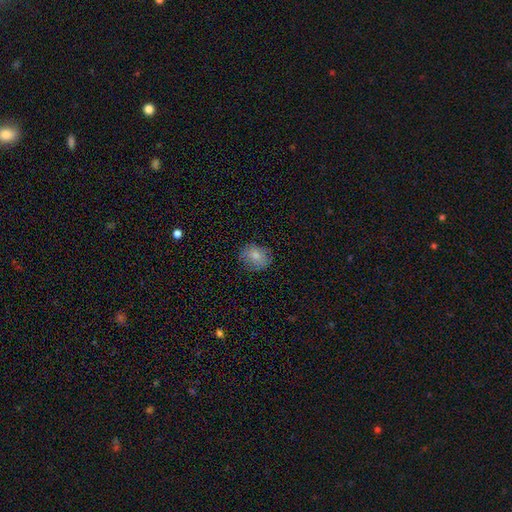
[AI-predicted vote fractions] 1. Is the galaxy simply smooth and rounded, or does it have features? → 78% smooth, 13% featured or disk, 9% star or artifact.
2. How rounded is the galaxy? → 61% round, 38% in between, 1% cigar-shaped.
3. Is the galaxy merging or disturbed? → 75% none, 19% minor disturbance, 5% major disturbance, 1% merger.